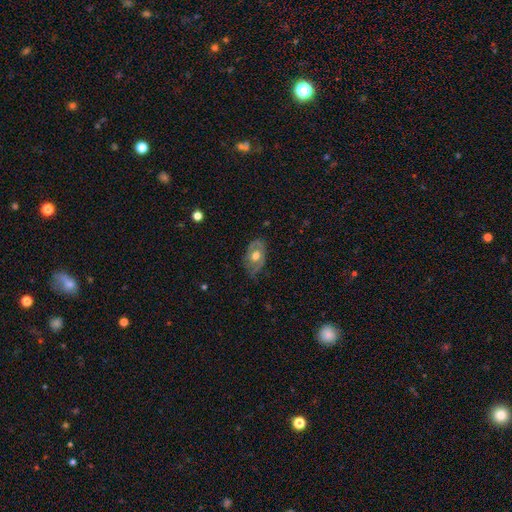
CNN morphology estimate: This is likely a featured or disk galaxy (63%). It is clearly not viewed edge-on (92%). Bar: likely no (73%). Spiral arm pattern: possibly yes (57%). Central bulge: likely moderate (67%). Merging: likely none (70%).